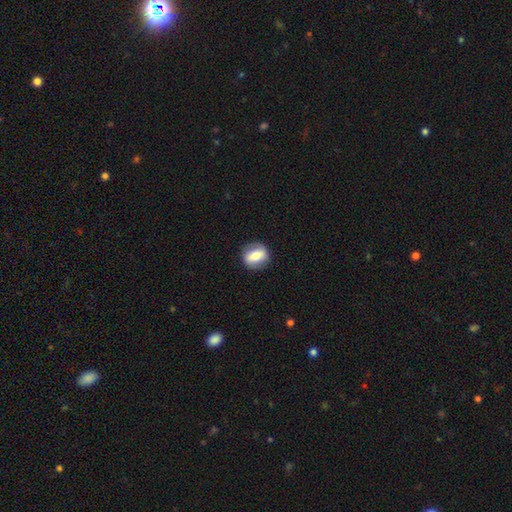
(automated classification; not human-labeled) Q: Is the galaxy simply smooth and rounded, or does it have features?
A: smooth — 62%.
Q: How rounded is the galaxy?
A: round — 63%.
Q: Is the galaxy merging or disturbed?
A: none — 86%.